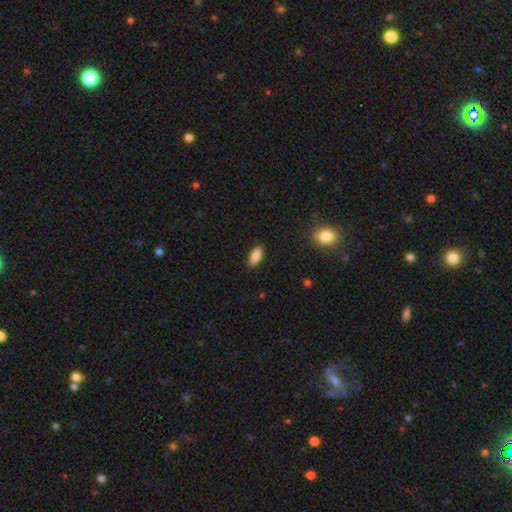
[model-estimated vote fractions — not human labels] Smooth or featured: smooth — 84% (featured or disk — 8%)
How rounded: in between — 85% (cigar-shaped — 13%)
Merging: none — 87% (minor disturbance — 9%)